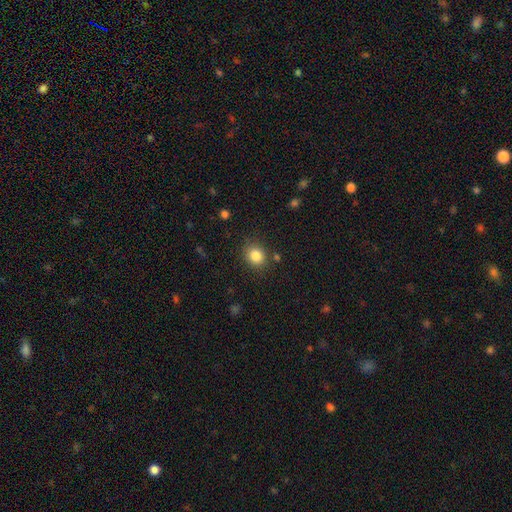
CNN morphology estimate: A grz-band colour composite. It shows a smooth galaxy with no disk features (84%) that is round (71%). Merging: none (84%).